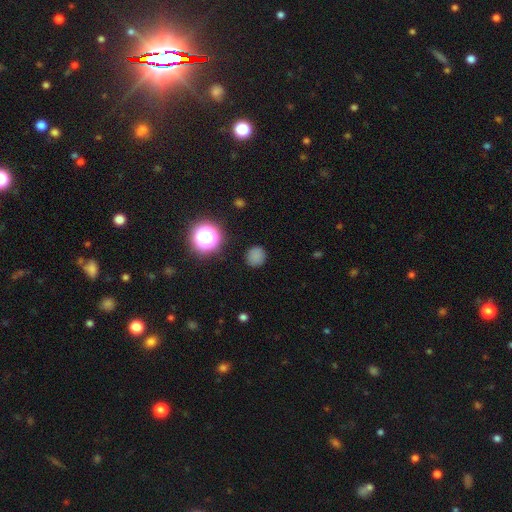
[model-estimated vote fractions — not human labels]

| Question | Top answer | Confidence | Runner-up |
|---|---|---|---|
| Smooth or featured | smooth | 75% | star or artifact (19%) |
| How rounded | round | 89% | in between (10%) |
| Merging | none | 86% | minor disturbance (10%) |